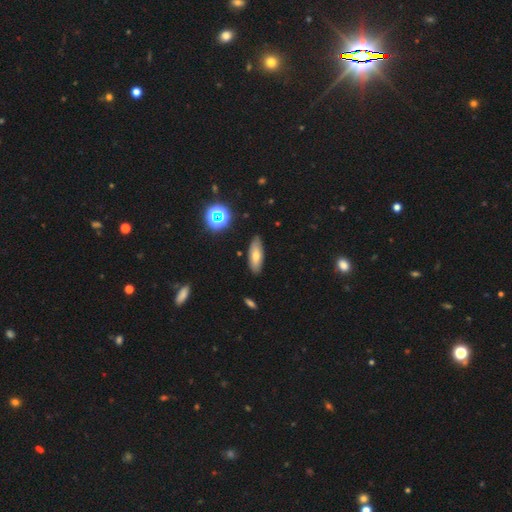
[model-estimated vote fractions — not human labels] Smooth or featured? Predicted: smooth (p=0.66). How rounded? Predicted: in between (p=0.72). Merging? Predicted: none (p=0.85).